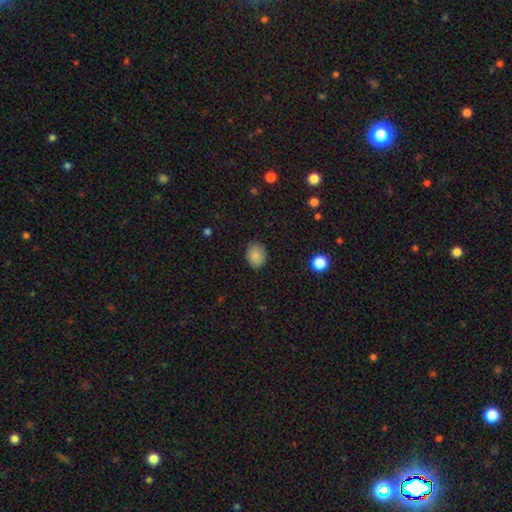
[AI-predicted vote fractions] smooth 87%, star or artifact 9%, featured or disk 4%. Down the decision tree: how rounded — in between (55%); merging — none (85%).